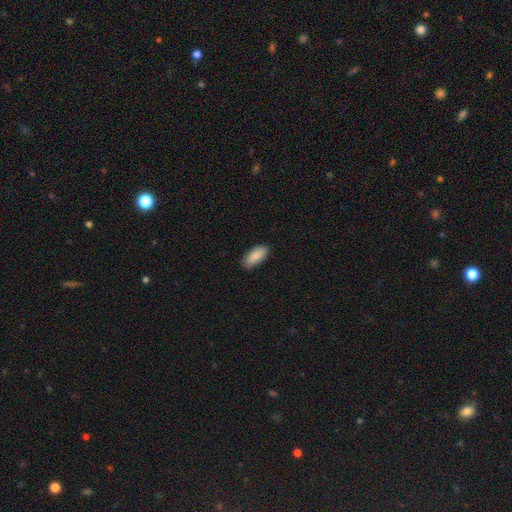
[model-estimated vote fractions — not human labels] smooth-or-featured: smooth: 89% | star or artifact: 6% | featured or disk: 5%
  how-rounded: in between: 89% | cigar-shaped: 9% | round: 2%
  merging: none: 85% | minor disturbance: 12% | major disturbance: 2% | merger: 1%